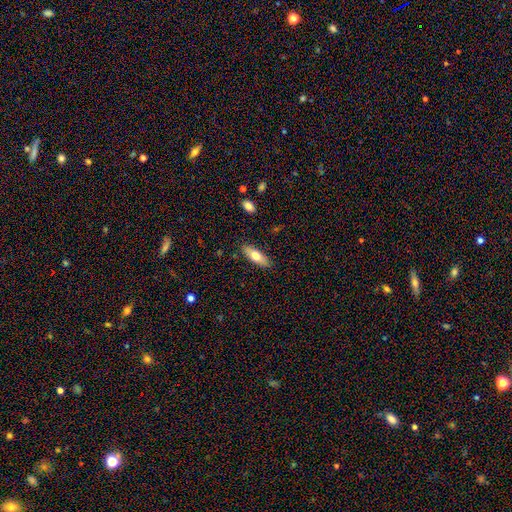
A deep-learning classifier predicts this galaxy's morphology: This is likely a smooth galaxy (69%). How rounded: likely in between (65%). Merging: clearly none (87%).